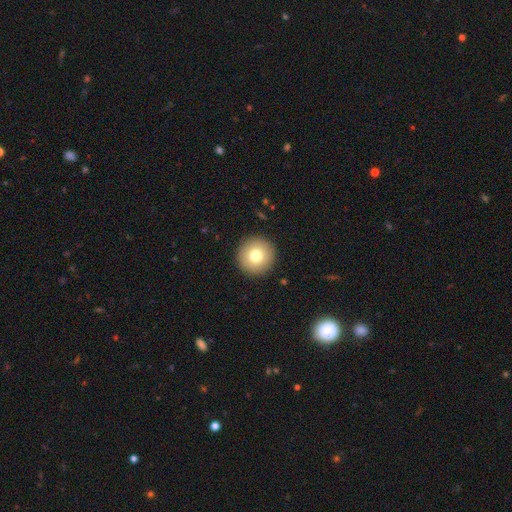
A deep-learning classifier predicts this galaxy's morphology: A smooth galaxy with no disk features (78%) that is round (96%). Merging: none (93%).